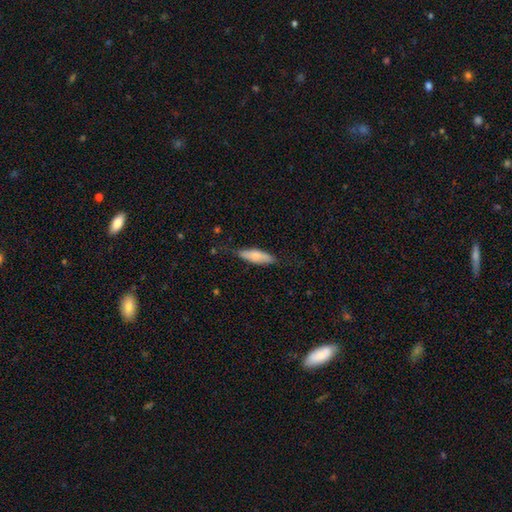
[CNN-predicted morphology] type=smooth (71%); roundness=cigar-shaped (50%); merging=none (72%).